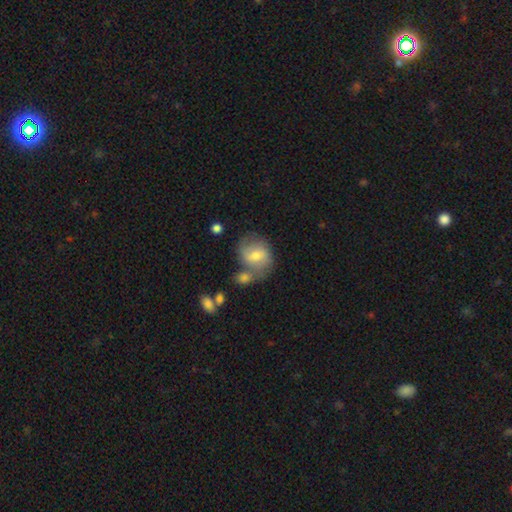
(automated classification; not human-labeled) Smooth or featured? Predicted: smooth (p=0.48). Merging? Predicted: none (p=0.46).